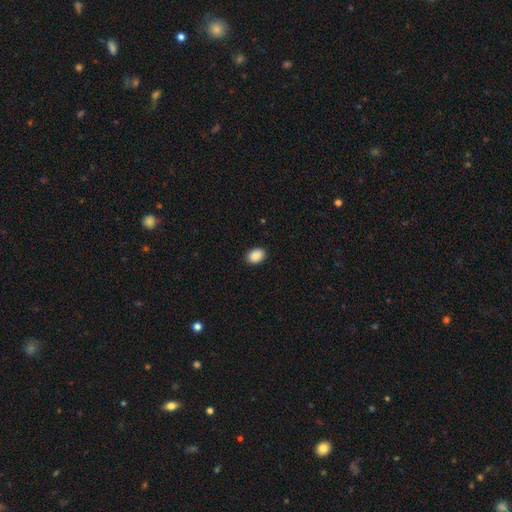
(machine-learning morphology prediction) smooth-or-featured: smooth: 90% | star or artifact: 8% | featured or disk: 2%
  how-rounded: in between: 67% | round: 32% | cigar-shaped: 1%
  merging: none: 90% | minor disturbance: 7% | major disturbance: 2% | merger: 1%